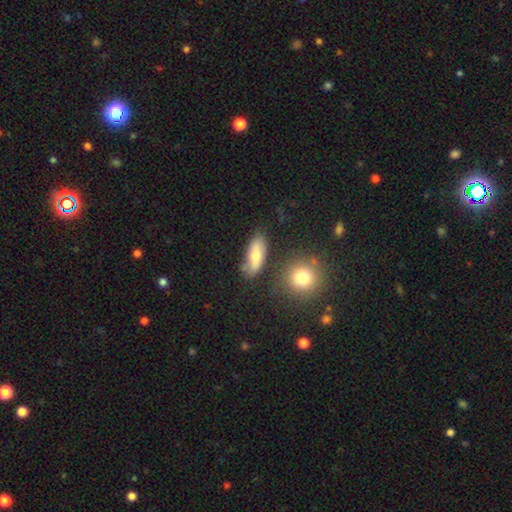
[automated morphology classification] Smooth or featured? Predicted: smooth (p=0.71). How rounded? Predicted: in between (p=0.70). Merging? Predicted: none (p=0.71).